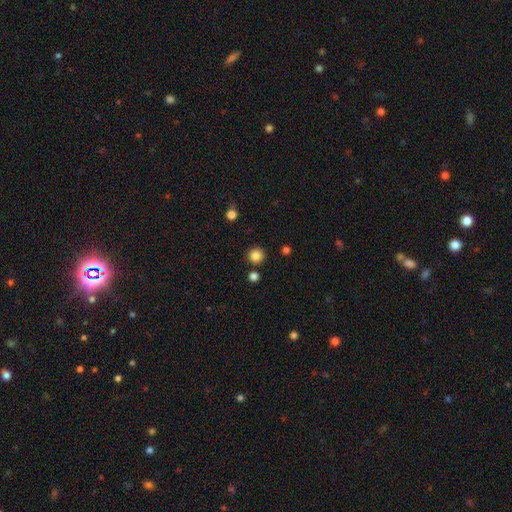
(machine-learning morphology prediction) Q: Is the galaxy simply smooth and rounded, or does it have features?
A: smooth — 85%.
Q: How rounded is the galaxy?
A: round — 94%.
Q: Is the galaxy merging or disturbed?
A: none — 88%.